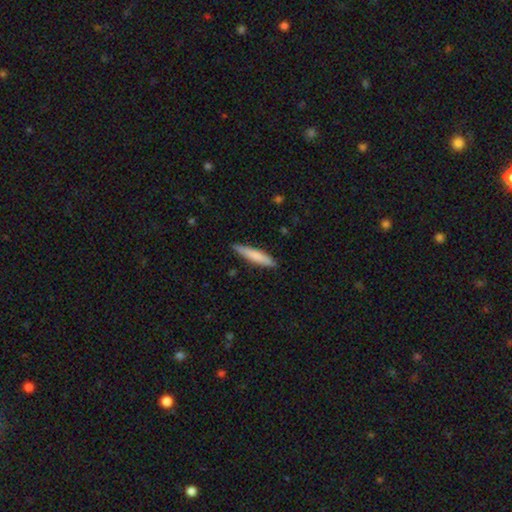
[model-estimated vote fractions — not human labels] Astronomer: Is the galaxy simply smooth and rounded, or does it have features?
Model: smooth — 76%.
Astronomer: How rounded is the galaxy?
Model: cigar-shaped — 90%.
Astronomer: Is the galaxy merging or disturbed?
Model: none — 85%.